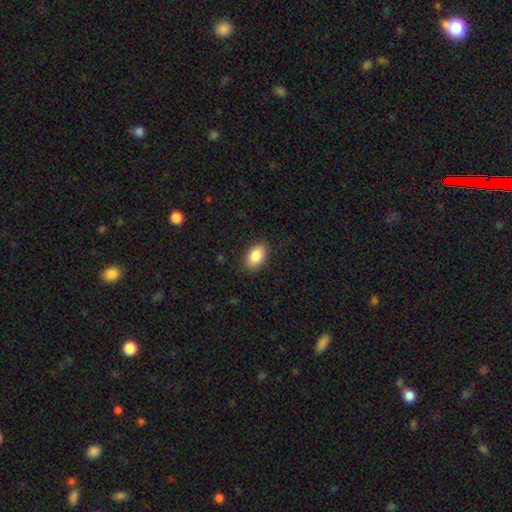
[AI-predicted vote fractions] Overall: smooth (87%). How rounded: in between (90%). Merging: none (86%).